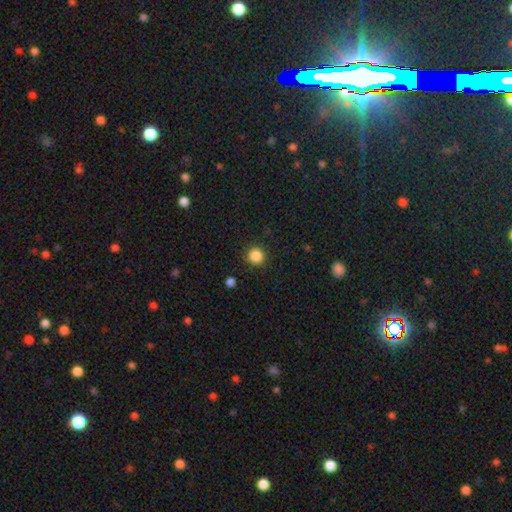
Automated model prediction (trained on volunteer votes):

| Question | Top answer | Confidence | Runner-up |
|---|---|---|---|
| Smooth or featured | smooth | 85% | star or artifact (11%) |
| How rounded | round | 93% | in between (6%) |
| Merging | none | 88% | minor disturbance (8%) |